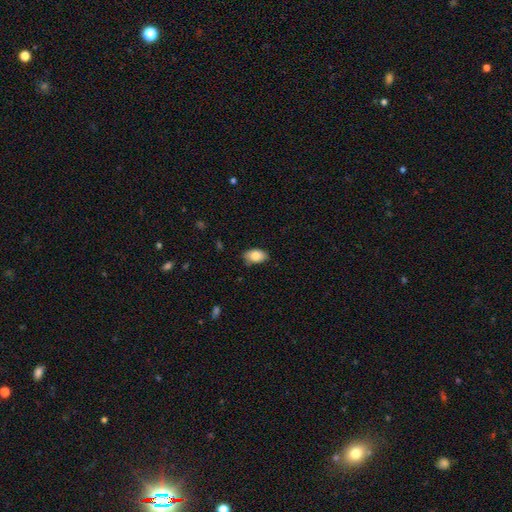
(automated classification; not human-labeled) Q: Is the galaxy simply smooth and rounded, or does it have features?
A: smooth — 85%.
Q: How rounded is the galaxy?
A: in between — 92%.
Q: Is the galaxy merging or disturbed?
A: none — 79%.